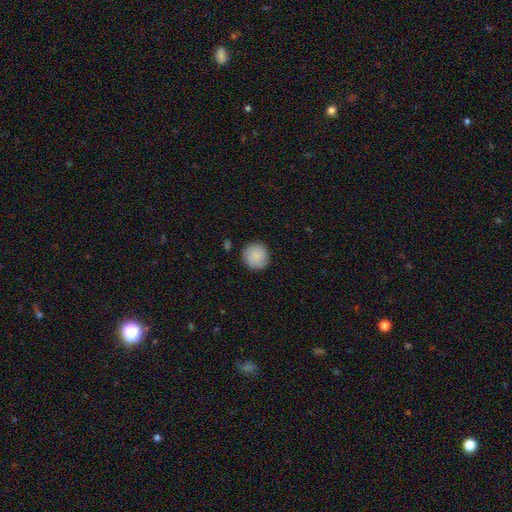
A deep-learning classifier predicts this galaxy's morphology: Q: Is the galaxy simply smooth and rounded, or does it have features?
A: smooth — 83%.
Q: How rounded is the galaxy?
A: round — 94%.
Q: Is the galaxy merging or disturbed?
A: none — 87%.